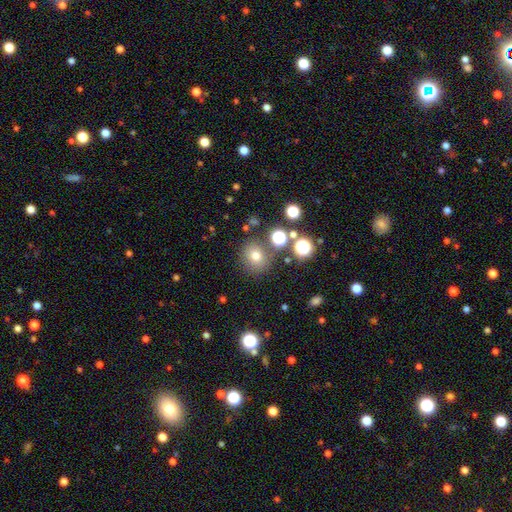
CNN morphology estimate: Smooth or featured? smooth (71%)
How rounded? round (83%)
Merging? none (78%)